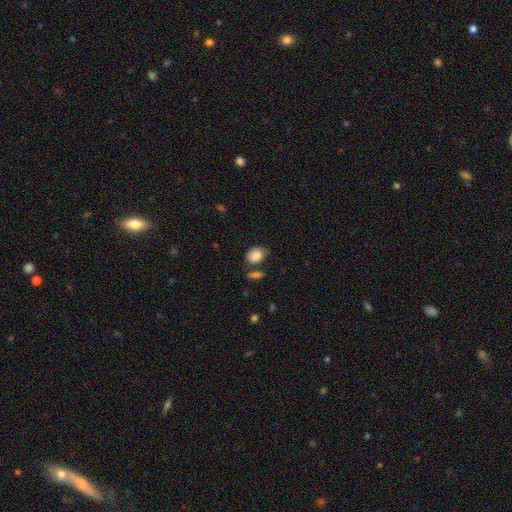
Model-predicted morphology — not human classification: A smooth galaxy with no disk features (87%) that is in between round and cigar-shaped (65%).

Vote fractions:
- Smooth or featured? smooth: 87% / star or artifact: 8% / featured or disk: 5%
- How rounded? in between: 65% / round: 34% / cigar-shaped: 1%
- Merging? none: 65% / minor disturbance: 19% / merger: 10% / major disturbance: 5%